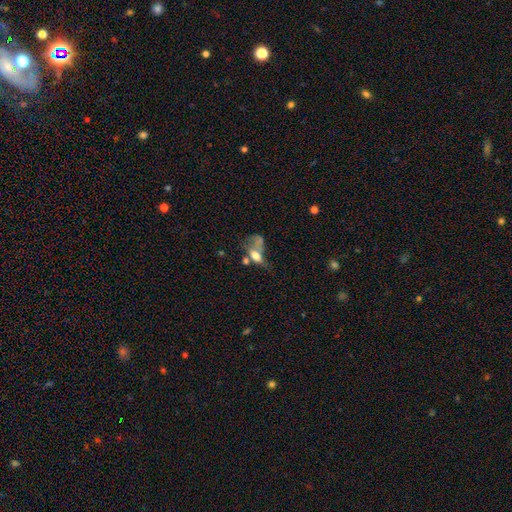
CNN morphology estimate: Smooth or featured?
  - smooth: 52% *
  - featured or disk: 35%
  - star or artifact: 14%
How rounded?
  - in between: 73% *
  - round: 19%
  - cigar-shaped: 8%
Merging?
  - merger: 37% *
  - major disturbance: 34%
  - none: 17%
  - minor disturbance: 12%